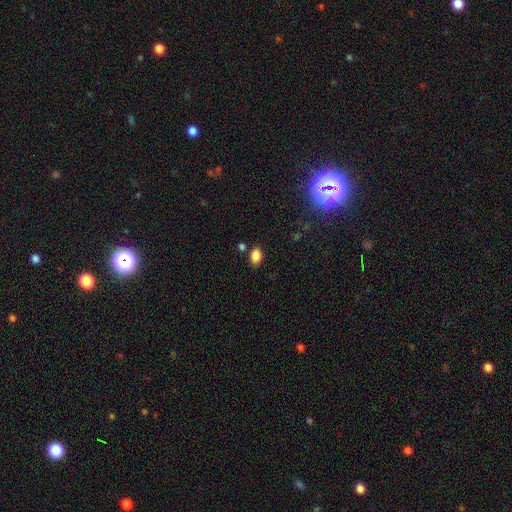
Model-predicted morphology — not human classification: smooth 85%, star or artifact 10%, featured or disk 4%. Down the decision tree: how rounded — in between (78%); merging — none (77%).